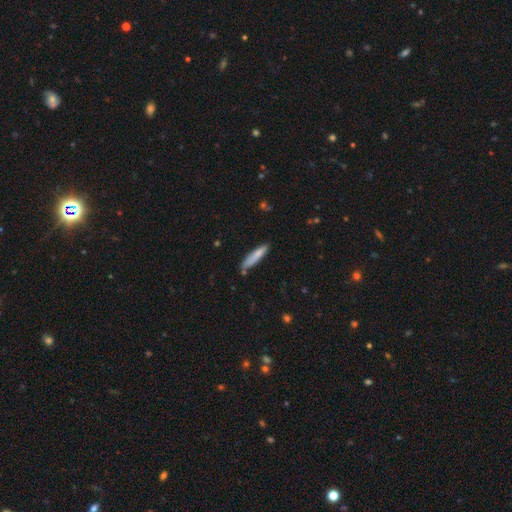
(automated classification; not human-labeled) Overall: smooth (80%). How rounded: cigar-shaped (87%). Merging: none (77%).